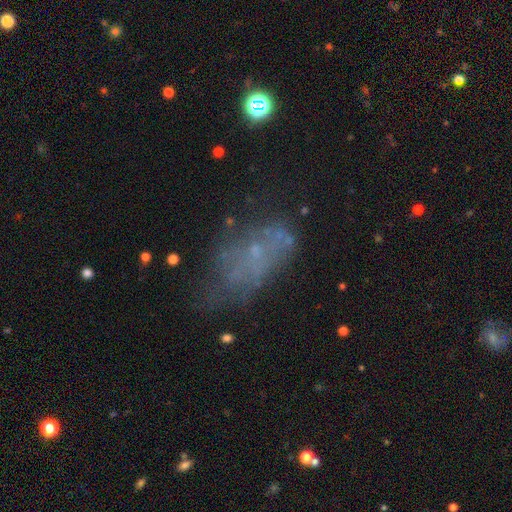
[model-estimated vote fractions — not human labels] Q: Smooth or featured?
A: featured or disk (41%); runner-up: smooth (37%)
Q: Merging?
A: none (48%); runner-up: minor disturbance (25%)